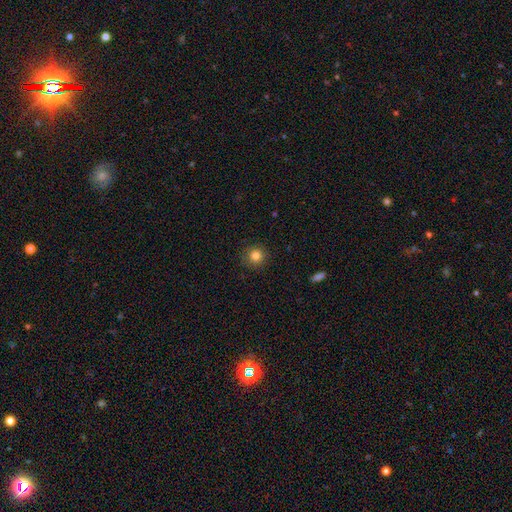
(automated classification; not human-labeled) The model was most divided on "smooth or featured": smooth: 82%, star or artifact: 12%, featured or disk: 6%. More confident: how rounded — round (94%); merging — none (90%).